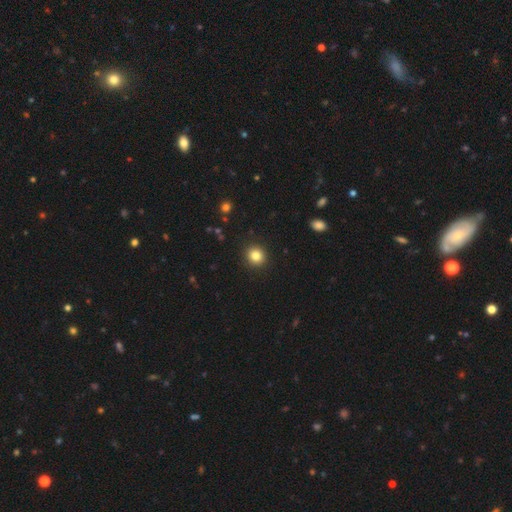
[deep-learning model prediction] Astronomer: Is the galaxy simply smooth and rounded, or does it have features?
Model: smooth — 84%.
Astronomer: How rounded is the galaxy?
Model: round — 89%.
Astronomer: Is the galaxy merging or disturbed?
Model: none — 92%.